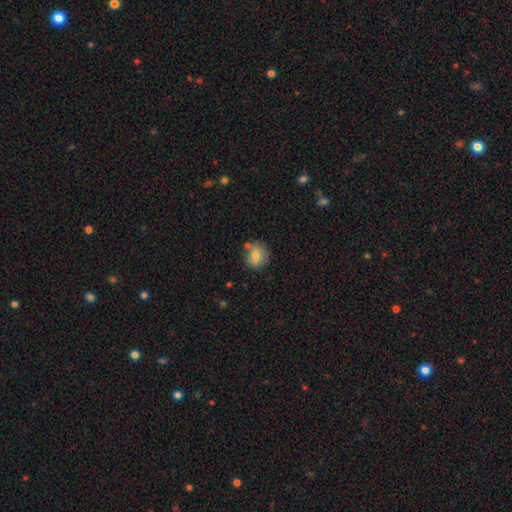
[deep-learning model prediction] The model was most divided on "how rounded": round: 72%, in between: 27%, cigar-shaped: 1%. More confident: smooth or featured — smooth (75%); merging — none (71%).